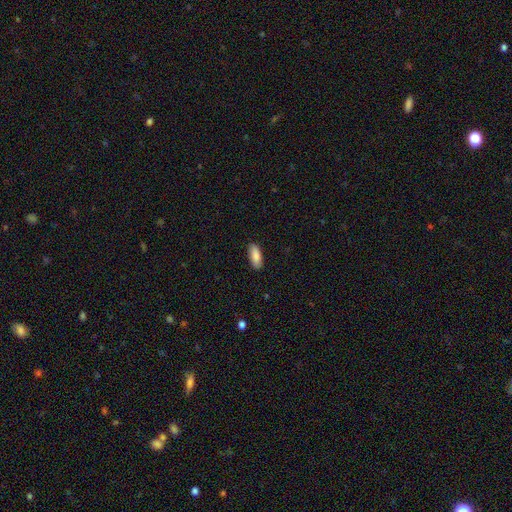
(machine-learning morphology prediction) A smooth galaxy with no disk features (87%) that is in between round and cigar-shaped (80%). Merging: none (86%).